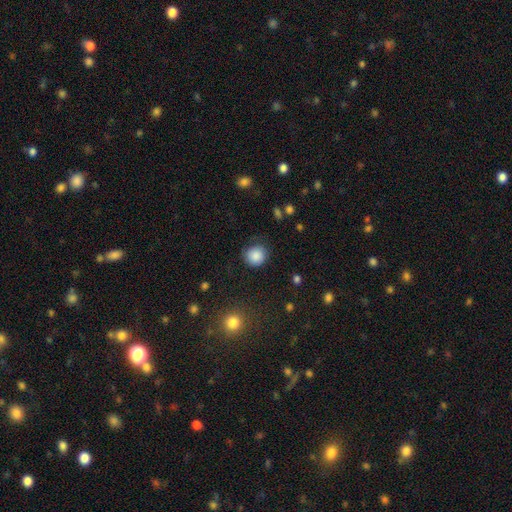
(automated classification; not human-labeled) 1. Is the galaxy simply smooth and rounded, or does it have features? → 86% smooth, 9% star or artifact, 5% featured or disk.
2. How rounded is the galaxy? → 90% round, 9% in between, 1% cigar-shaped.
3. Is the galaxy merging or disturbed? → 81% none, 13% minor disturbance, 5% major disturbance, 2% merger.